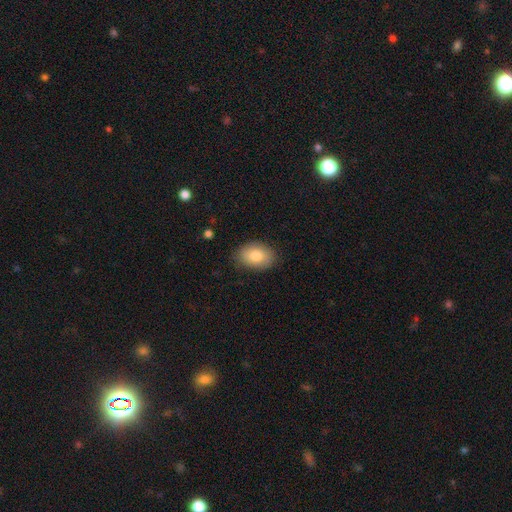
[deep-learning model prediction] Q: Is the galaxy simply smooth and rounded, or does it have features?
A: smooth — 82%.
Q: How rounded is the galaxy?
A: in between — 85%.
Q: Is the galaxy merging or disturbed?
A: none — 83%.